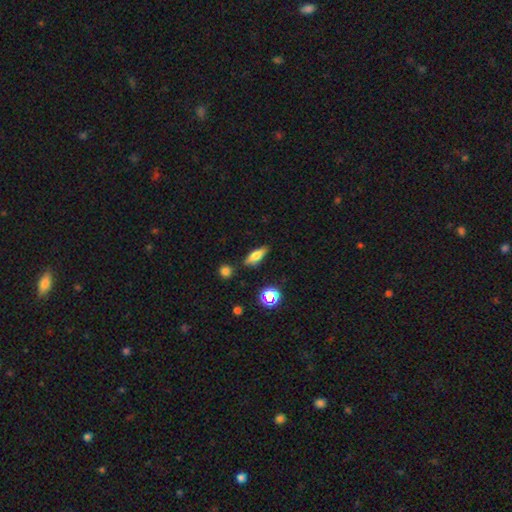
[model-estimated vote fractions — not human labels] A smooth galaxy with no disk features (65%) that is in between round and cigar-shaped (57%).

Vote fractions:
- Smooth or featured? smooth: 65% / featured or disk: 24% / star or artifact: 11%
- How rounded? in between: 57% / cigar-shaped: 37% / round: 6%
- Merging? none: 81% / minor disturbance: 13% / merger: 4% / major disturbance: 3%